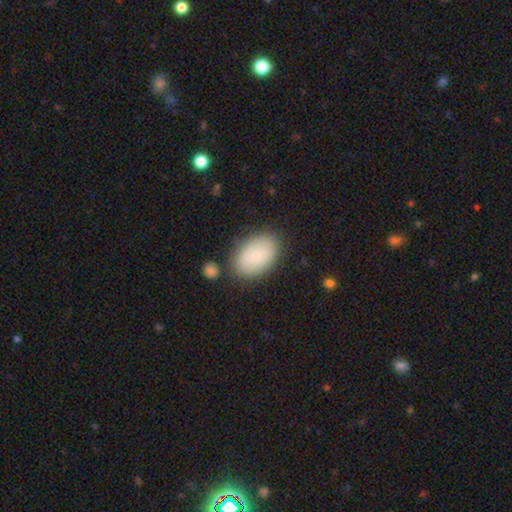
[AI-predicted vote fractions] smooth 76%, featured or disk 17%, star or artifact 7%. Down the decision tree: how rounded — in between (89%); merging — none (81%).